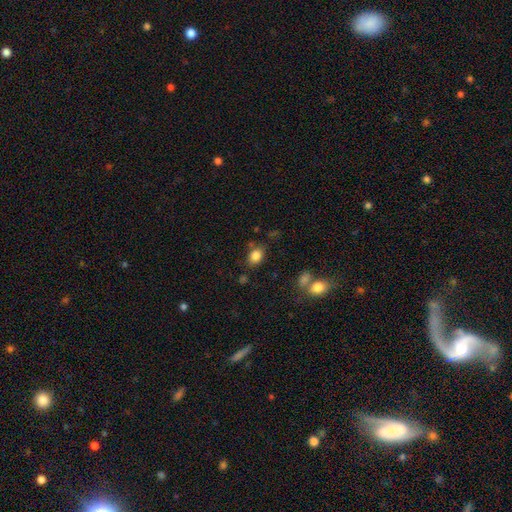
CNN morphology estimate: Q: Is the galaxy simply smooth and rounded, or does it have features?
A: smooth — 84%.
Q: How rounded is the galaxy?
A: in between — 72%.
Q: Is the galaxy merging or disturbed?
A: none — 74%.